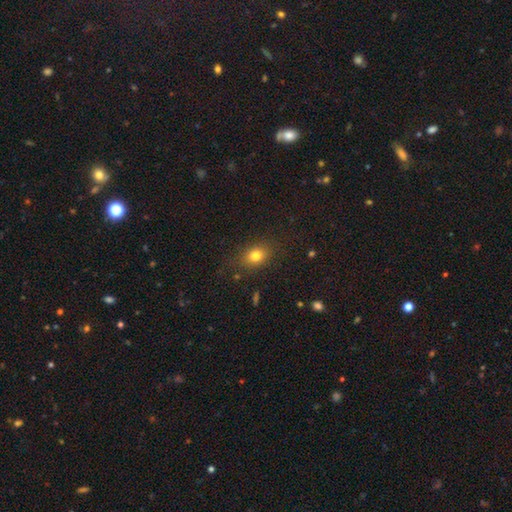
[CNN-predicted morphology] Smooth or featured? Predicted: smooth (p=0.78). How rounded? Predicted: in between (p=0.59). Merging? Predicted: none (p=0.79).